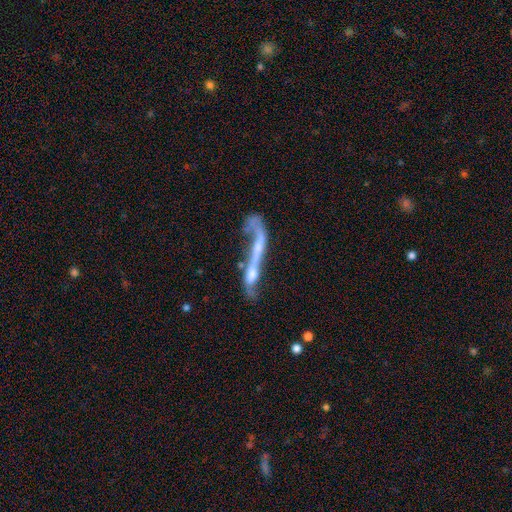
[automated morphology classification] Overall: featured or disk (65%). Edge-on disk: no (51%; yes 49%). Merging: merger (40%; major disturbance 27%).